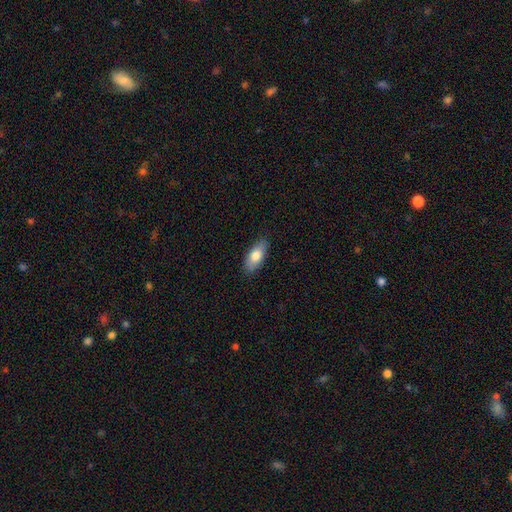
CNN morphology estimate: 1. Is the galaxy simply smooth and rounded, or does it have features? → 77% smooth, 17% featured or disk, 6% star or artifact.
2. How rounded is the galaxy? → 85% in between, 12% cigar-shaped, 3% round.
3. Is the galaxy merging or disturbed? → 86% none, 11% minor disturbance, 2% major disturbance, 1% merger.